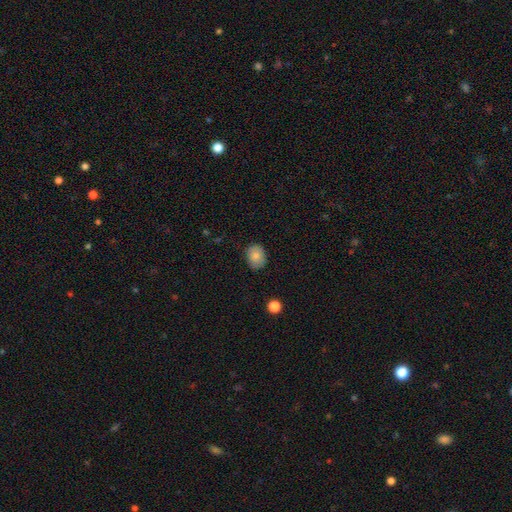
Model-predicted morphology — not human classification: A smooth galaxy with no disk features (79%) that is in between round and cigar-shaped (59%). Merging: none (81%).